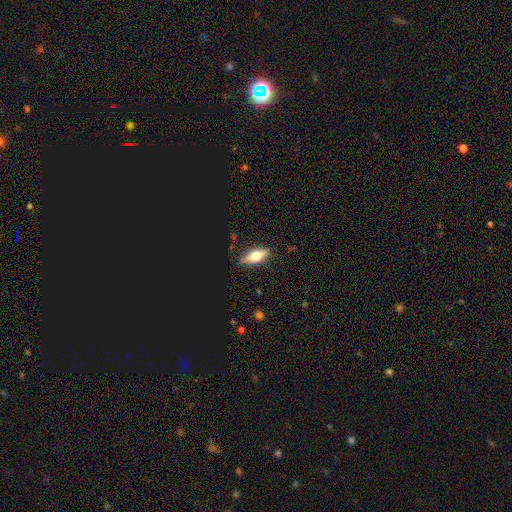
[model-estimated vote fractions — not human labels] Overall: smooth (50%; featured or disk 41%). Merging: none (84%).